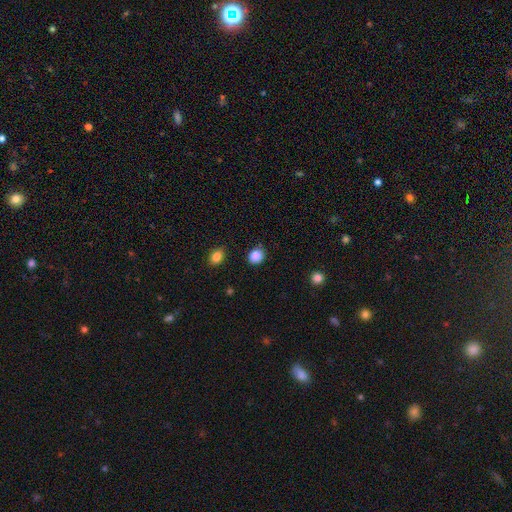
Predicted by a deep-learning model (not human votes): Smooth or featured? smooth (87%)
How rounded? round (71%)
Merging? none (84%)